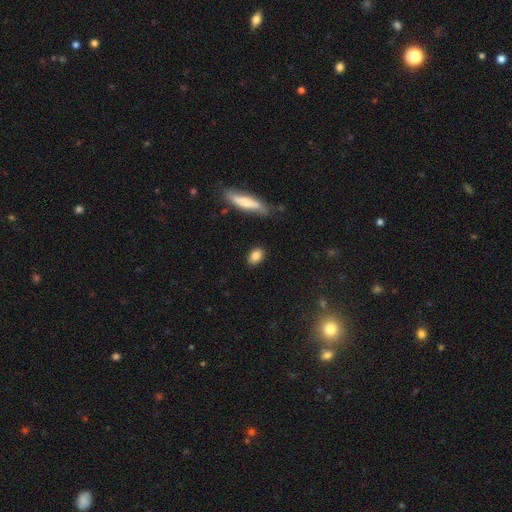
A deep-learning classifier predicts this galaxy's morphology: This appears to be a smooth galaxy with no disk features (84%) that is in between round and cigar-shaped (76%). Merging: none (87%).